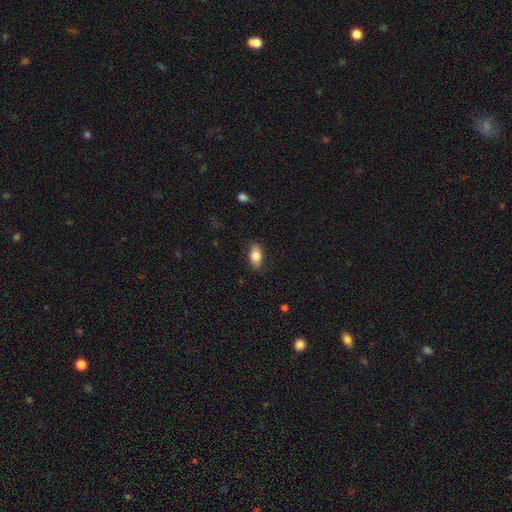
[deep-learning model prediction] A smooth galaxy with no disk features (81%) that is in between round and cigar-shaped (89%).

Vote fractions:
- Smooth or featured? smooth: 81% / featured or disk: 12% / star or artifact: 7%
- How rounded? in between: 89% / cigar-shaped: 6% / round: 5%
- Merging? none: 85% / minor disturbance: 12% / major disturbance: 3% / merger: 1%